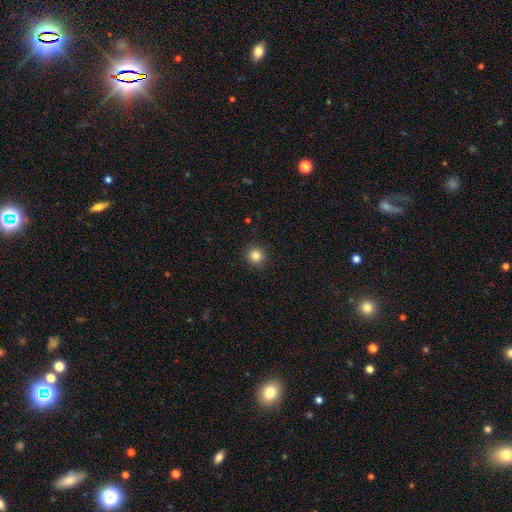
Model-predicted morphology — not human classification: type=smooth (84%); roundness=round (94%); merging=none (92%).